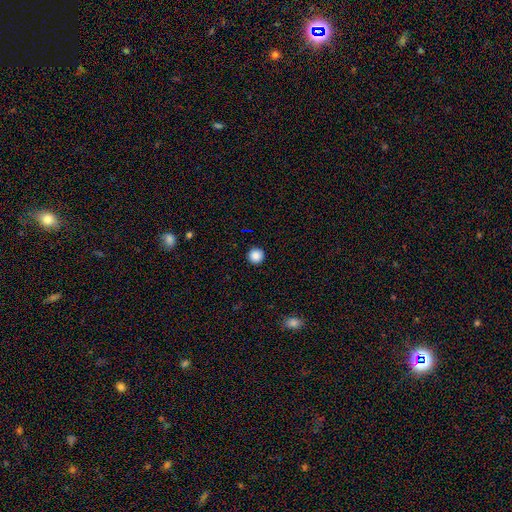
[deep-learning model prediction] Smooth or featured?
  - smooth: 87% *
  - star or artifact: 10%
  - featured or disk: 3%
How rounded?
  - round: 96% *
  - in between: 3%
  - cigar-shaped: 1%
Merging?
  - none: 93% *
  - minor disturbance: 4%
  - major disturbance: 1%
  - merger: 1%